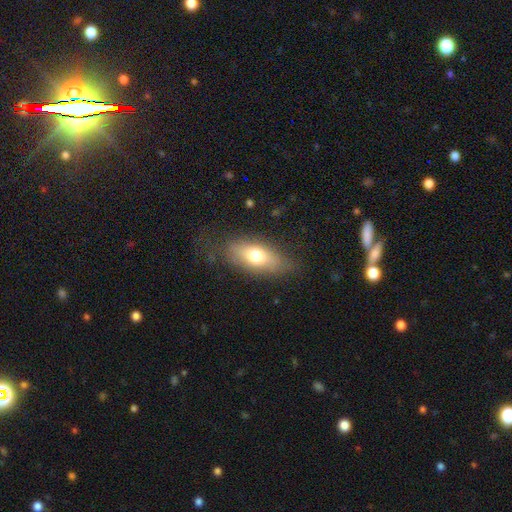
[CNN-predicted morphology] Smooth or featured? Predicted: smooth (p=0.70). How rounded? Predicted: in between (p=0.80). Merging? Predicted: none (p=0.73).